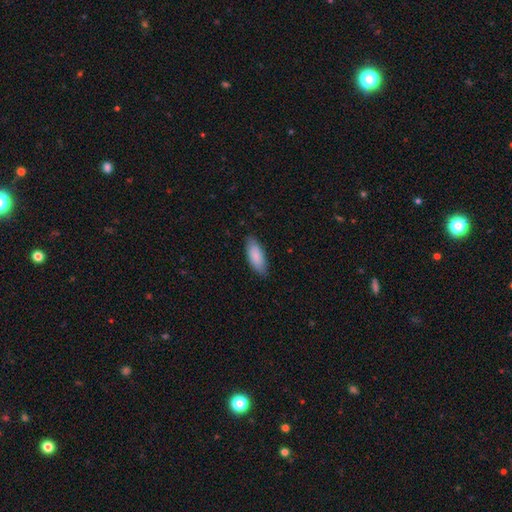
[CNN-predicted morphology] Smooth or featured?
  - smooth: 86% *
  - featured or disk: 9%
  - star or artifact: 5%
How rounded?
  - in between: 78% *
  - cigar-shaped: 20%
  - round: 2%
Merging?
  - none: 83% *
  - minor disturbance: 14%
  - major disturbance: 2%
  - merger: 1%